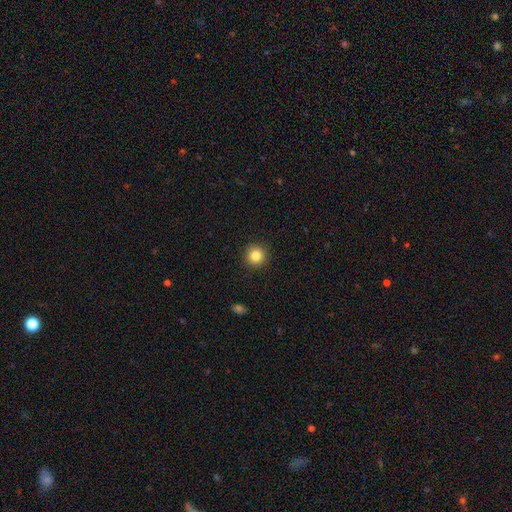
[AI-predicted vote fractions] Smooth or featured: smooth — 84% (star or artifact — 10%)
How rounded: round — 95% (in between — 4%)
Merging: none — 92% (minor disturbance — 5%)